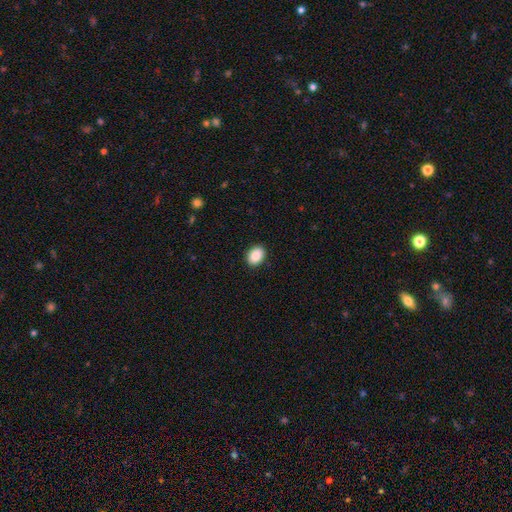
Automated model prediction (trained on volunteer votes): Overall: smooth (89%). How rounded: in between (73%). Merging: none (90%).